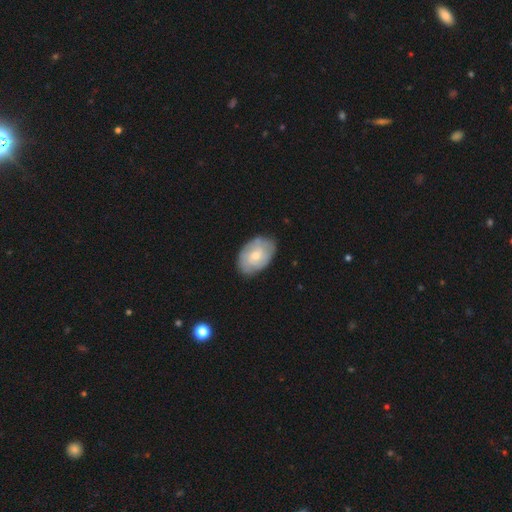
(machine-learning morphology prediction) Smooth or featured? Predicted: featured or disk (p=0.50). Edge-on disk? Predicted: no (p=0.95). Merging? Predicted: none (p=0.77).